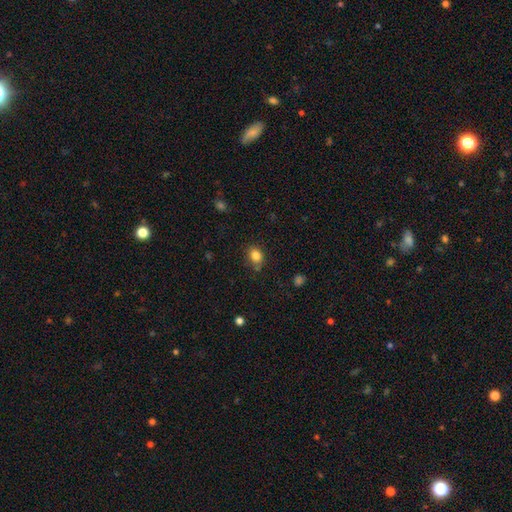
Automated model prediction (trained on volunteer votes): smooth 83%, star or artifact 11%, featured or disk 6%. Down the decision tree: how rounded — in between (57%); merging — none (72%).